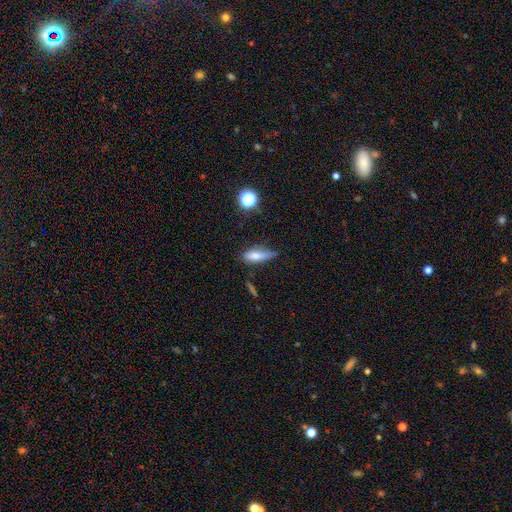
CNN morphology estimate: smooth-or-featured: smooth: 71% | featured or disk: 18% | star or artifact: 10%
  how-rounded: in between: 53% | cigar-shaped: 43% | round: 4%
  merging: none: 50% | minor disturbance: 36% | major disturbance: 10% | merger: 4%